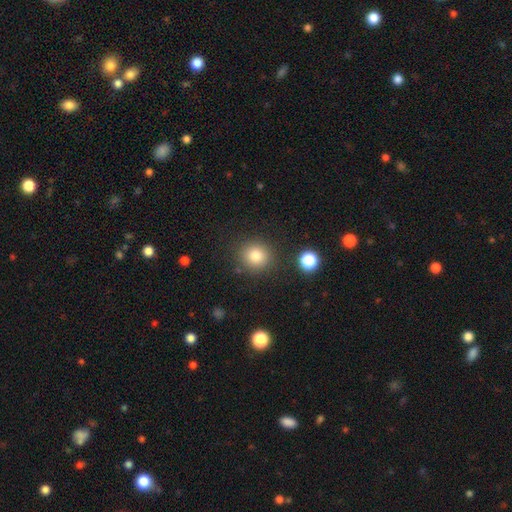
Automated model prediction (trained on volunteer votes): This is clearly a smooth galaxy (81%). How rounded: clearly round (88%). Merging: clearly none (86%).